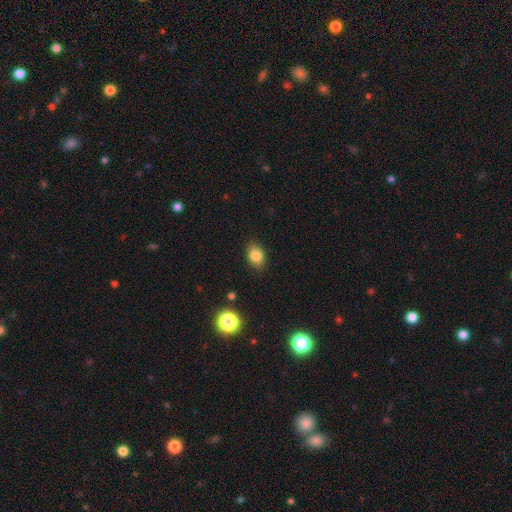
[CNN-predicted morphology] This is clearly a smooth galaxy (82%). How rounded: likely in between (71%). Merging: clearly none (84%).